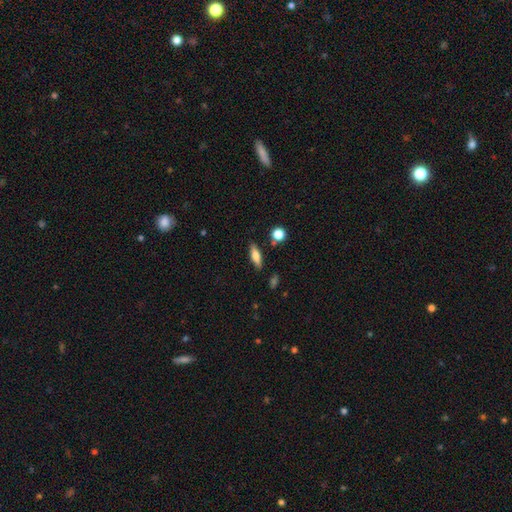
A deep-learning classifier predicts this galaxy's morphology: This is likely a smooth galaxy (64%). How rounded: possibly in between (51%). Merging: clearly none (84%).